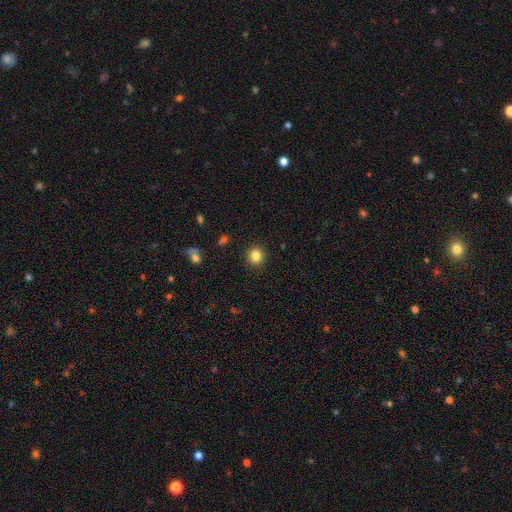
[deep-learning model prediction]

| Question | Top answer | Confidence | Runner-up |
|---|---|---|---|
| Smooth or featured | smooth | 84% | star or artifact (11%) |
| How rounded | round | 88% | in between (11%) |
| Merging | none | 91% | minor disturbance (5%) |